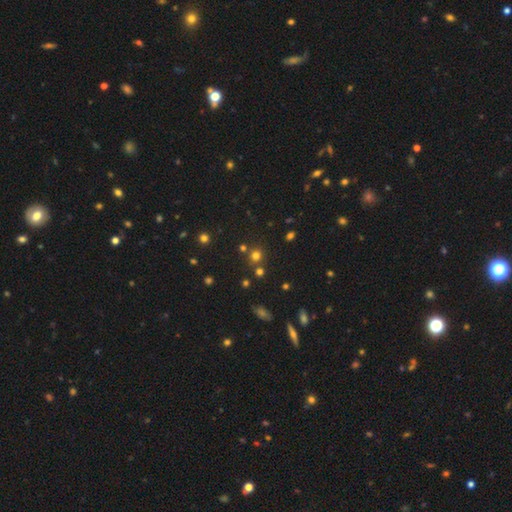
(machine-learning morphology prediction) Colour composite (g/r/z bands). It shows a smooth galaxy with no disk features (66%) that is round (89%). Merging: none (75%).